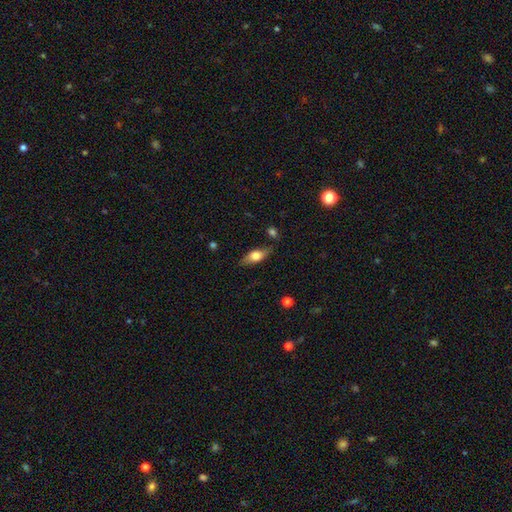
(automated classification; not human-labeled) Q: Smooth or featured?
A: smooth (62%); runner-up: featured or disk (31%)
Q: How rounded?
A: in between (72%); runner-up: cigar-shaped (23%)
Q: Merging?
A: none (78%); runner-up: minor disturbance (16%)